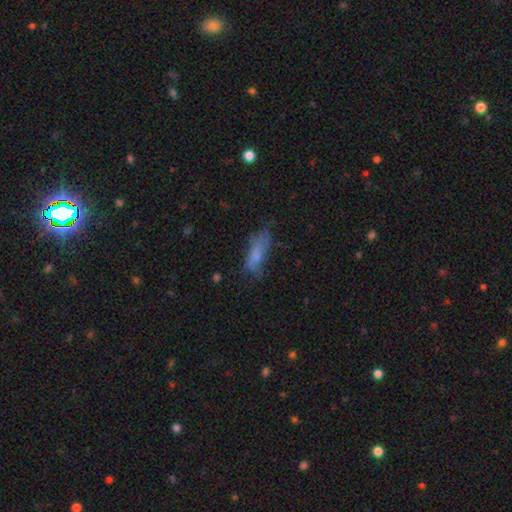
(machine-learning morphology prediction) A smooth galaxy with no disk features (65%) that is in between round and cigar-shaped (59%).

Vote fractions:
- Smooth or featured? smooth: 65% / featured or disk: 24% / star or artifact: 10%
- How rounded? in between: 59% / cigar-shaped: 39% / round: 3%
- Merging? none: 41% / minor disturbance: 31% / major disturbance: 23% / merger: 4%